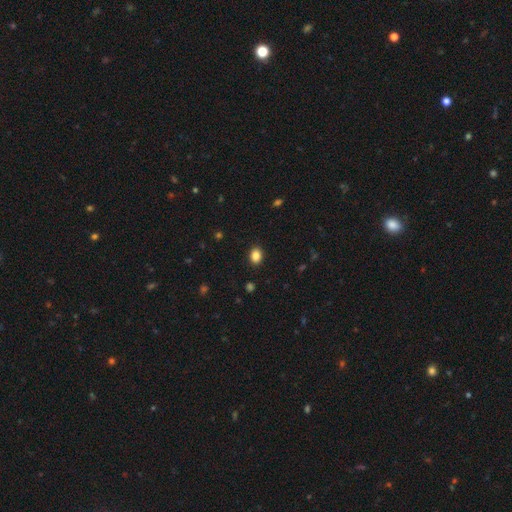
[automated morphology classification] smooth_or_featured: smooth (p=0.86) [alt: star or artifact p=0.09]
how_rounded: in between (p=0.68) [alt: round p=0.31]
merging: none (p=0.90) [alt: minor disturbance p=0.07]